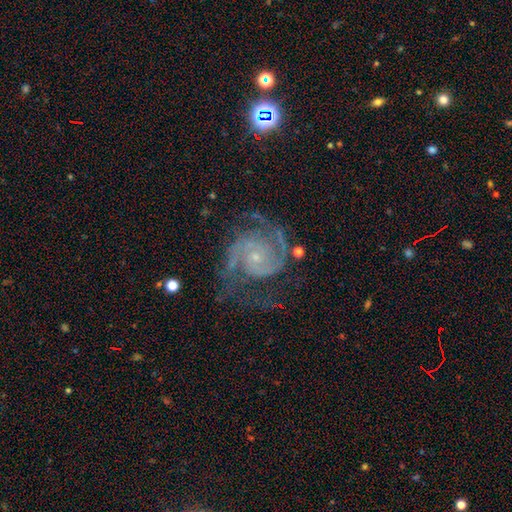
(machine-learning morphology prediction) smooth-or-featured: featured or disk: 91% | star or artifact: 6% | smooth: 3%
  disk-edge-on: no: 98% | yes: 2%
    bar: no: 71% | weak: 23% | strong: 7%
    has-spiral-arms: yes: 98% | no: 2%
      spiral-winding: medium: 48% | tight: 43% | loose: 8%
      spiral-arm-count: 2: 74% | 3: 11% | can't tell: 5% | 4: 3% | 1: 3% | more than 4: 3%
    bulge-size: small: 80% | moderate: 14% | none: 4% | large: 1% | dominant: 1%
  merging: none: 71% | minor disturbance: 16% | major disturbance: 11% | merger: 2%